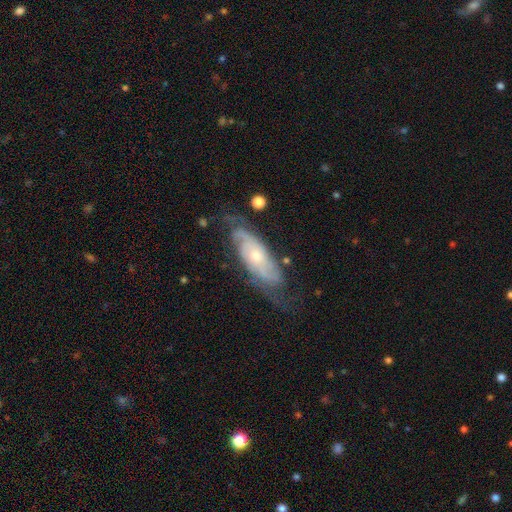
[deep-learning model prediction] featured or disk 83%, smooth 12%, star or artifact 5%. Down the decision tree: edge-on disk — no (88%); bar — no (73%); spiral arms — yes (94%); spiral arm count — 2 (44%); spiral winding — tight (56%); bulge size — small (51%); merging — none (65%).